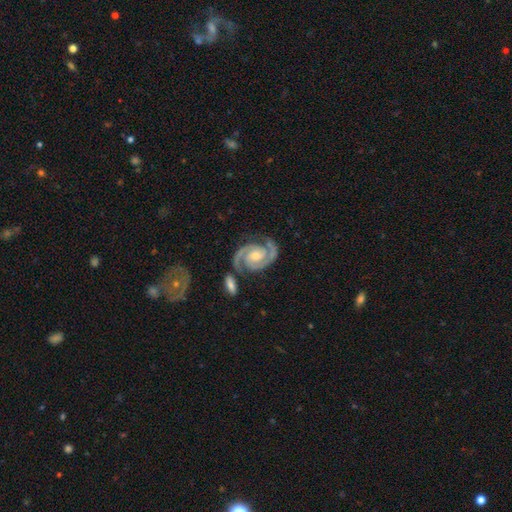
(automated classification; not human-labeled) A featured or disk galaxy (93%) with no bar (61%), 2 (93%) tight (54%) spiral arms (99%) and a moderate central bulge (53%).

Vote fractions:
- Smooth or featured? featured or disk: 93% / star or artifact: 4% / smooth: 3%
- Edge-on disk? no: 98% / yes: 2%
- Bar? no: 61% / weak: 28% / strong: 11%
- Spiral arms? yes: 99% / no: 1%
- Spiral winding? tight: 54% / medium: 41% / loose: 5%
- Spiral arm count? 2: 93% / 3: 2% / can't tell: 2% / 1: 1% / 4: 1% / more than 4: 1%
- Bulge size? moderate: 53% / small: 38% / large: 4% / none: 3% / dominant: 1%
- Merging? none: 74% / minor disturbance: 15% / merger: 7% / major disturbance: 4%